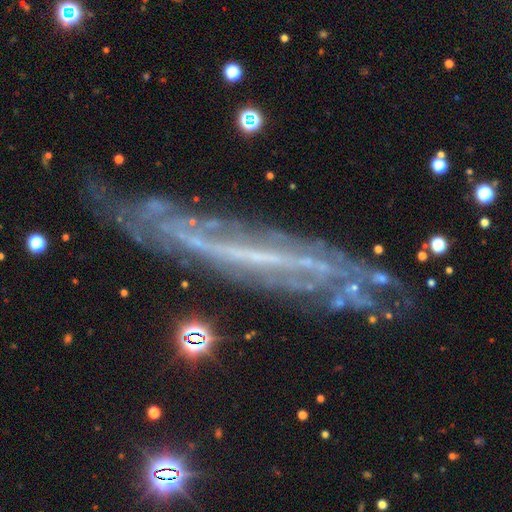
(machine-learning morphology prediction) Smooth or featured? Predicted: featured or disk (p=0.70). Edge-on disk? Predicted: yes (p=0.62). Merging? Predicted: none (p=0.72).